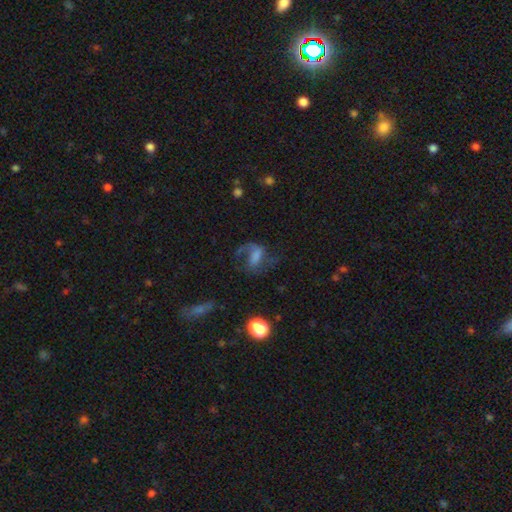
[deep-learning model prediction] Smooth or featured? Predicted: featured or disk (p=0.67). Edge-on disk? Predicted: no (p=0.96). Bar? Predicted: weak (p=0.42). Spiral arms? Predicted: yes (p=0.88). Spiral winding? Predicted: loose (p=0.47). Spiral arm count? Predicted: 2 (p=0.72). Bulge size? Predicted: none (p=0.34). Merging? Predicted: none (p=0.54).